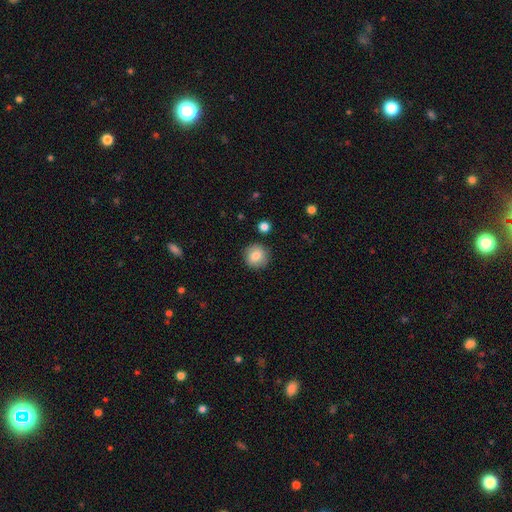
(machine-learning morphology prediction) This is clearly a smooth galaxy (83%). How rounded: clearly round (92%). Merging: clearly none (88%).